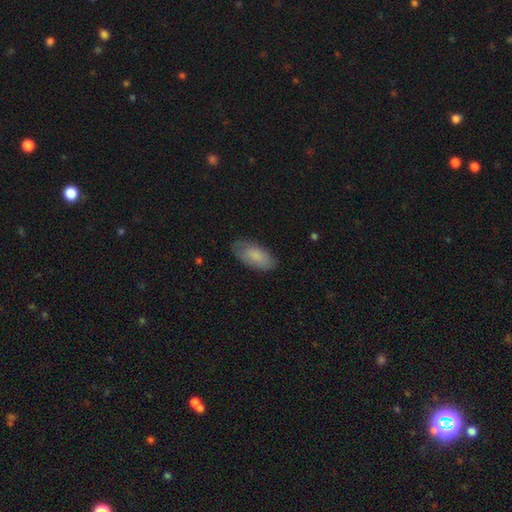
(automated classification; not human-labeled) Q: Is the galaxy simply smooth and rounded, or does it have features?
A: smooth — 84%.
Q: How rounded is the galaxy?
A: in between — 92%.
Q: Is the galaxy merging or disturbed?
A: none — 77%.